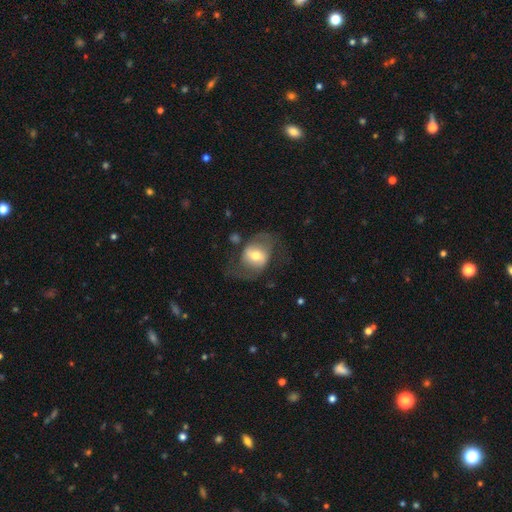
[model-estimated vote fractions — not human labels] smooth-or-featured: featured or disk: 55% | smooth: 38% | star or artifact: 7%
  disk-edge-on: no: 95% | yes: 5%
    bar: weak: 42% | no: 31% | strong: 27%
    has-spiral-arms: yes: 67% | no: 33%
    bulge-size: moderate: 69% | small: 17% | large: 12% | dominant: 2% | none: 1%
  merging: none: 53% | major disturbance: 23% | minor disturbance: 21% | merger: 3%